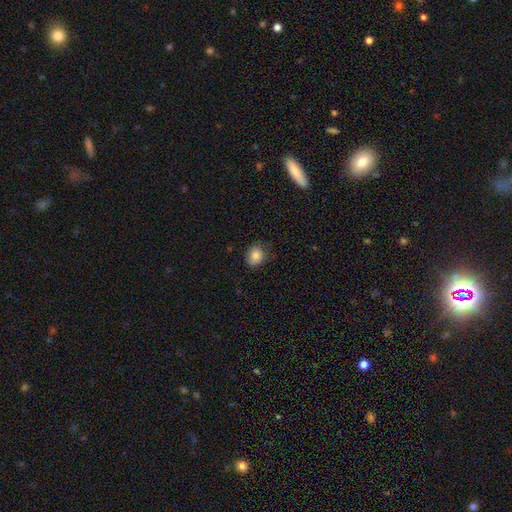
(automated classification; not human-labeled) A smooth galaxy with no disk features (84%) that is round (59%). Merging: none (68%).